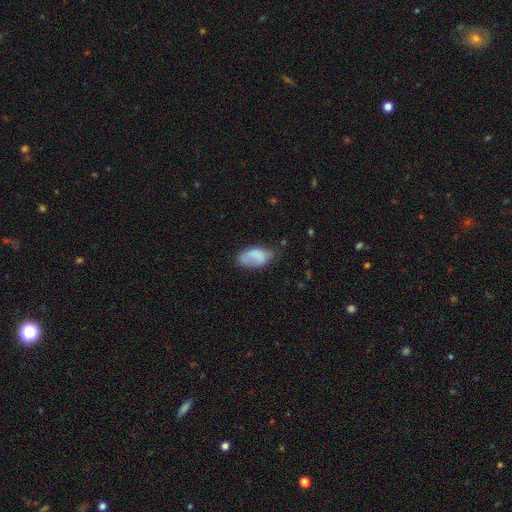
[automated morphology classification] Smooth or featured? smooth (76%)
How rounded? in between (93%)
Merging? none (52%)